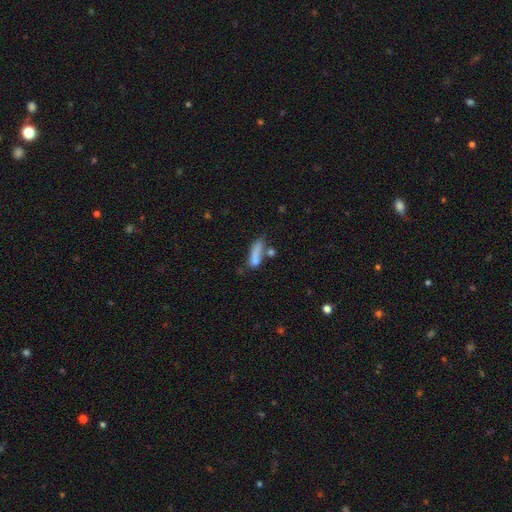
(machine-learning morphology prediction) smooth_or_featured: smooth (p=0.72) [alt: featured or disk p=0.17]
how_rounded: cigar-shaped (p=0.58) [alt: in between p=0.37]
merging: none (p=0.39) [alt: merger p=0.28]